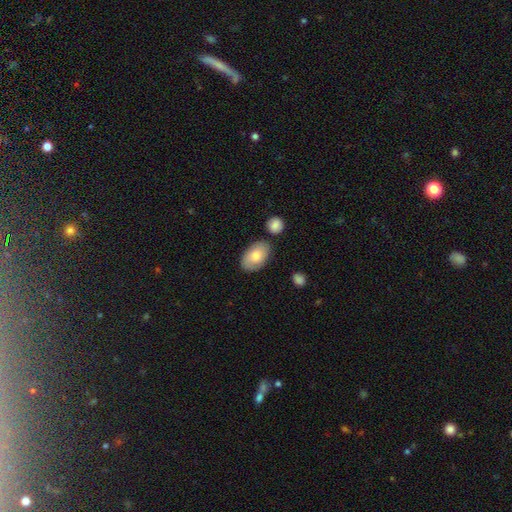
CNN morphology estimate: Smooth or featured: smooth — 76% (featured or disk — 18%)
How rounded: in between — 91% (round — 8%)
Merging: none — 76% (minor disturbance — 15%)